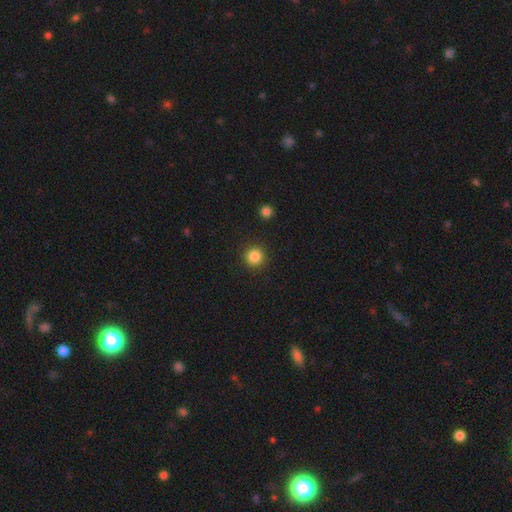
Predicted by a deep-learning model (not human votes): Smooth or featured? Predicted: smooth (p=0.85). How rounded? Predicted: round (p=0.95). Merging? Predicted: none (p=0.92).